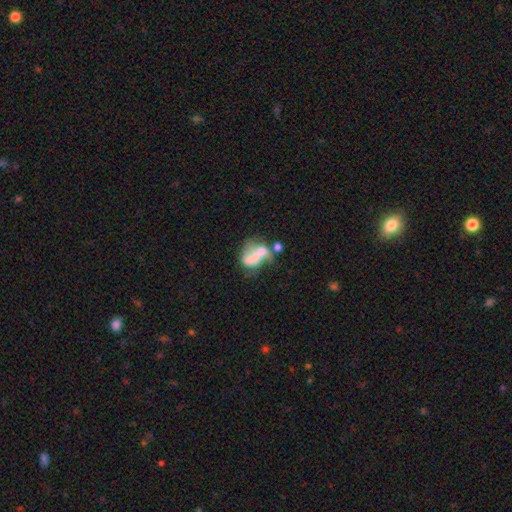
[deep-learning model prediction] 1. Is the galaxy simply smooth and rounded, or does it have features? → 48% featured or disk, 40% smooth, 11% star or artifact.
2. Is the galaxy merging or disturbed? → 40% merger, 25% major disturbance, 21% none, 14% minor disturbance.